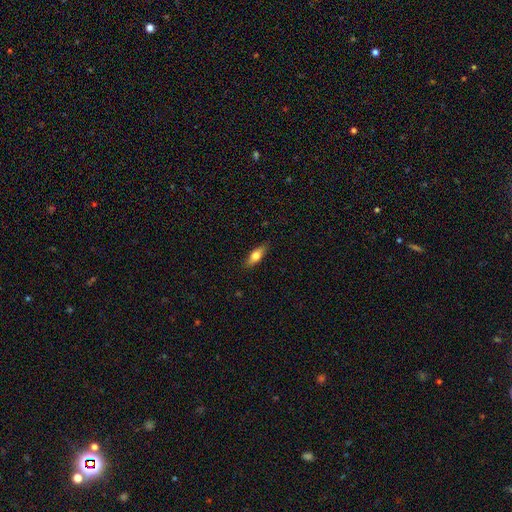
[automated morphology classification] Smooth or featured? Predicted: smooth (p=0.66). How rounded? Predicted: in between (p=0.63). Merging? Predicted: none (p=0.86).